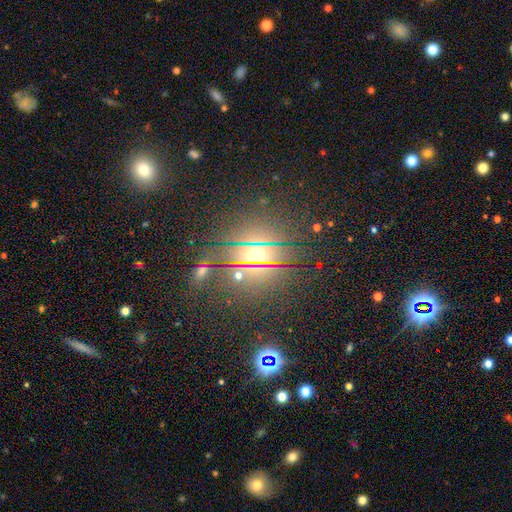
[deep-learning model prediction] star or artifact 53%, smooth 25%, featured or disk 22%.